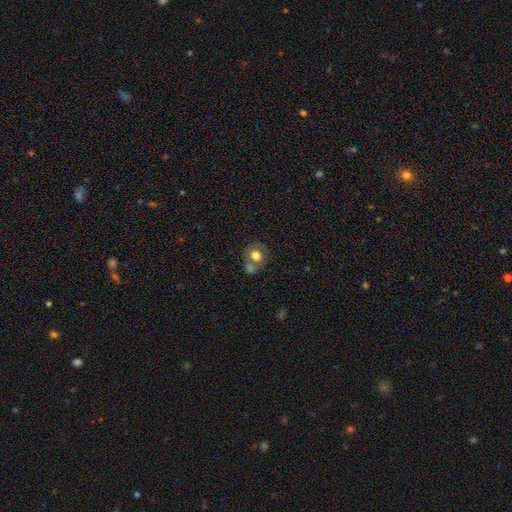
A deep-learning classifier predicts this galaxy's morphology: Smooth or featured? smooth (64%)
How rounded? round (75%)
Merging? none (47%)